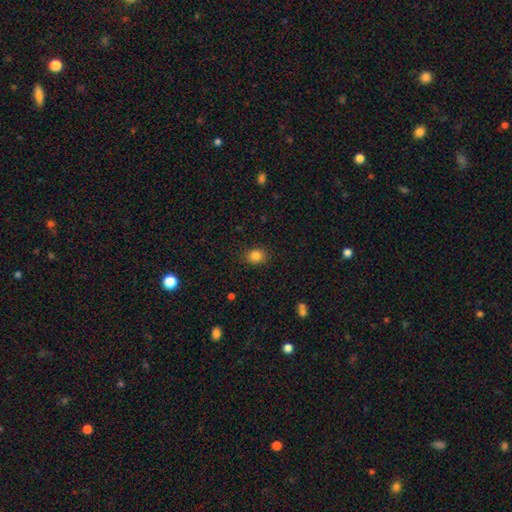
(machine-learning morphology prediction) Smooth or featured? smooth (83%)
How rounded? round (61%)
Merging? none (87%)